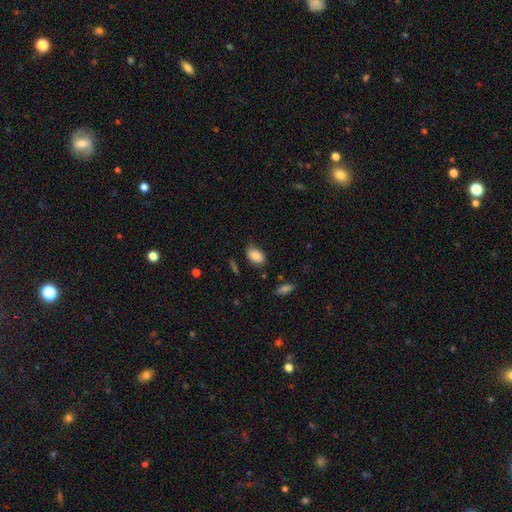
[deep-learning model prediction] Smooth or featured?
  - smooth: 85% *
  - star or artifact: 8%
  - featured or disk: 7%
How rounded?
  - in between: 91% *
  - round: 8%
  - cigar-shaped: 2%
Merging?
  - none: 77% *
  - minor disturbance: 17%
  - major disturbance: 4%
  - merger: 2%